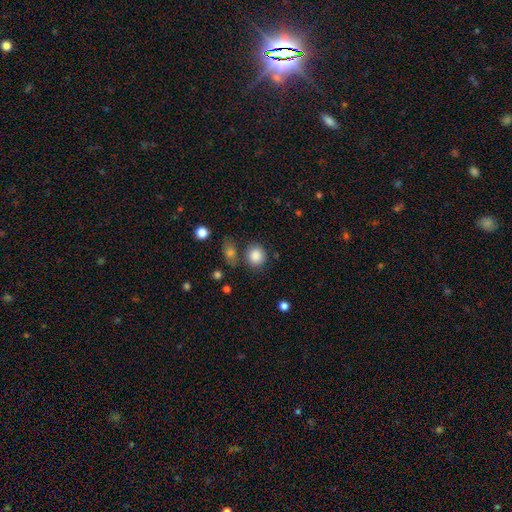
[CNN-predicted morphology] A smooth galaxy with no disk features (86%) that is round (82%).

Vote fractions:
- Smooth or featured? smooth: 86% / star or artifact: 9% / featured or disk: 5%
- How rounded? round: 82% / in between: 17% / cigar-shaped: 1%
- Merging? none: 73% / minor disturbance: 13% / merger: 10% / major disturbance: 5%